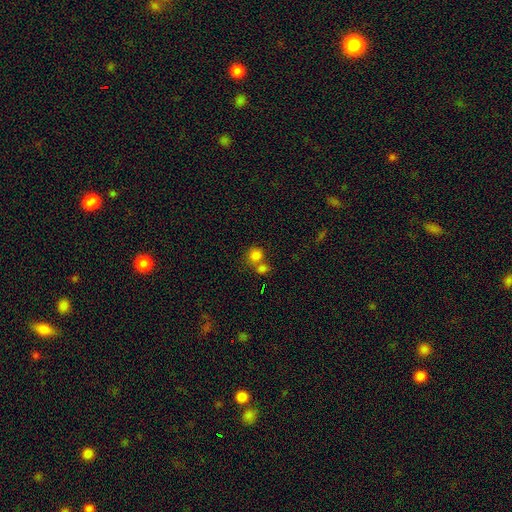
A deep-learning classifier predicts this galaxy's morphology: Smooth or featured: smooth — 81% (star or artifact — 12%)
How rounded: round — 83% (in between — 16%)
Merging: none — 47% (merger — 42%)